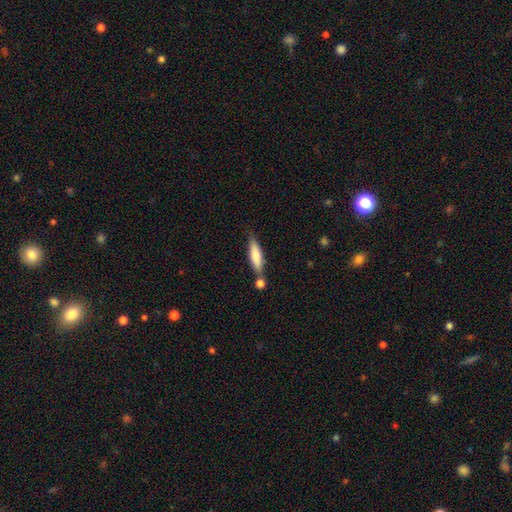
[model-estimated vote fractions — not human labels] Smooth or featured? smooth (73%)
How rounded? cigar-shaped (71%)
Merging? none (62%)